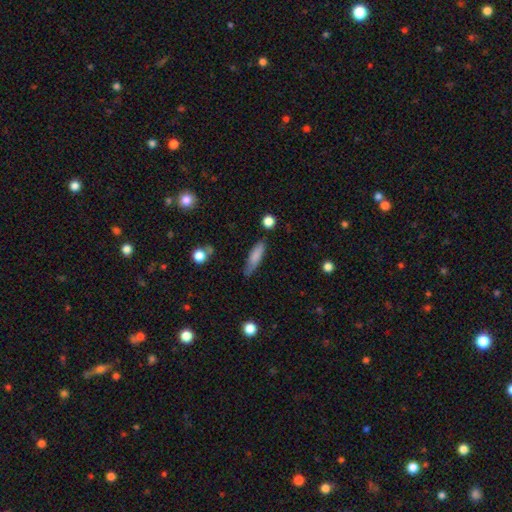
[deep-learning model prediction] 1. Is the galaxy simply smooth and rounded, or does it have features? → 80% smooth, 13% featured or disk, 7% star or artifact.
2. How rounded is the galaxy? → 66% cigar-shaped, 32% in between, 2% round.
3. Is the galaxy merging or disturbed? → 71% none, 22% minor disturbance, 5% major disturbance, 3% merger.